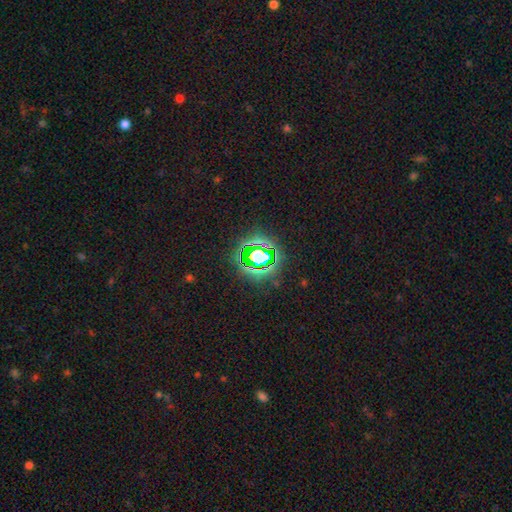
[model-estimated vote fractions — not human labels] star or artifact 75%, smooth 15%, featured or disk 10%.